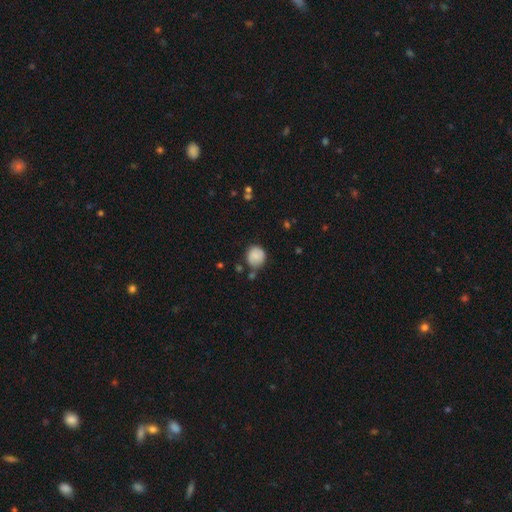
This is clearly a smooth galaxy (86%). How rounded: likely round (62%). Merging: possibly none (51%).